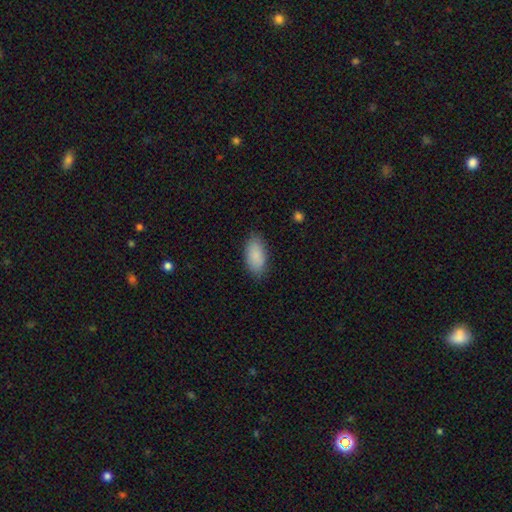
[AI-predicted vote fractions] Q: Smooth or featured?
A: smooth (89%); runner-up: star or artifact (6%)
Q: How rounded?
A: in between (93%); runner-up: cigar-shaped (5%)
Q: Merging?
A: none (84%); runner-up: minor disturbance (12%)